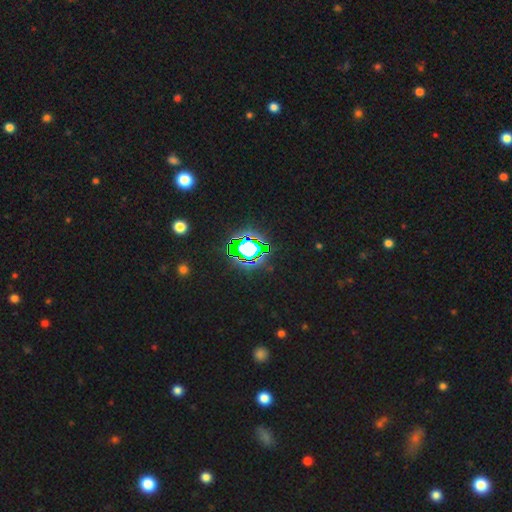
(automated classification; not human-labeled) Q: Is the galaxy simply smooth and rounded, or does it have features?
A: star or artifact — 72%.